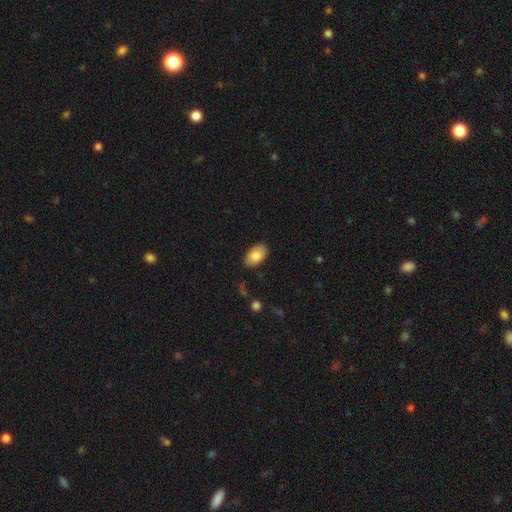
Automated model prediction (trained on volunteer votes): This is clearly a smooth galaxy (82%). How rounded: clearly in between (93%). Merging: clearly none (84%).